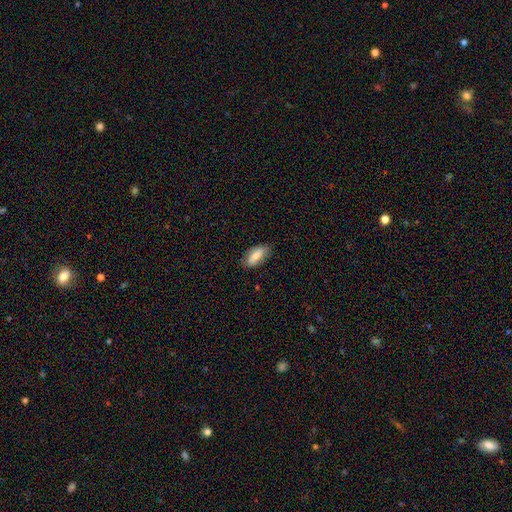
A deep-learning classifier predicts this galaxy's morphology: type=smooth (71%); roundness=in between (86%); merging=none (78%).